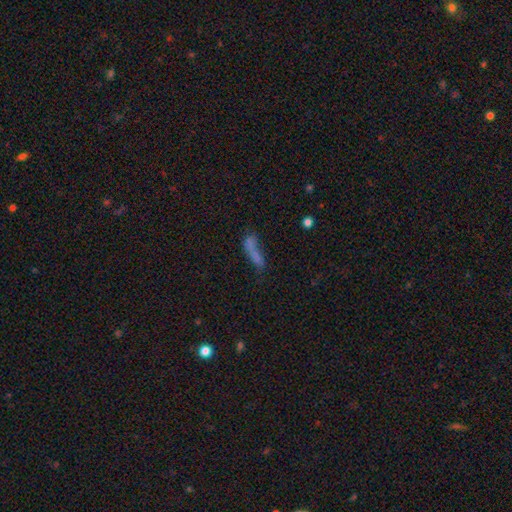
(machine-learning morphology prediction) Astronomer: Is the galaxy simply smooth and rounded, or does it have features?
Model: smooth — 61%.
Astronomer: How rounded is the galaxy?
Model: cigar-shaped — 64%.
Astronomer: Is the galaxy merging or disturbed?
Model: none — 37% (runner-up: merger, 30%).